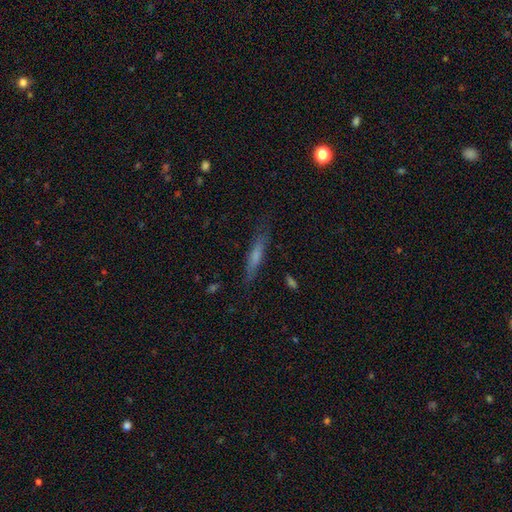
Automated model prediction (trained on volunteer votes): The model was most divided on "smooth or featured": smooth: 55%, featured or disk: 36%, star or artifact: 9%. More confident: how rounded — cigar-shaped (88%); merging — none (81%).